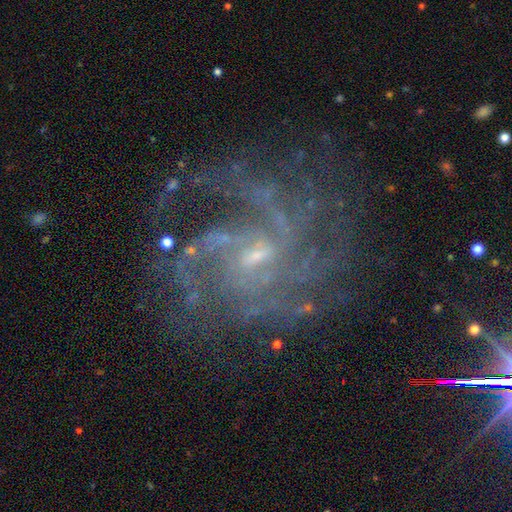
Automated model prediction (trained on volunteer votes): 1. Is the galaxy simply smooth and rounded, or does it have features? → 82% featured or disk, 14% star or artifact, 4% smooth.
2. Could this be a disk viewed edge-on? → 98% no, 2% yes.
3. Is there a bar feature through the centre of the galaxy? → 47% no, 42% weak, 11% strong.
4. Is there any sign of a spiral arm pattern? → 97% yes, 3% no.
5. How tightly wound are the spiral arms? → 45% medium, 43% tight, 12% loose.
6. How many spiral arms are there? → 25% can't tell, 19% 4, 18% 3, 16% 2, 12% more than 4, 9% 1.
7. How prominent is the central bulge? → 76% small, 14% moderate, 8% none, 1% large, 1% dominant.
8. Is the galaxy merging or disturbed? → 71% none, 15% minor disturbance, 12% major disturbance, 2% merger.